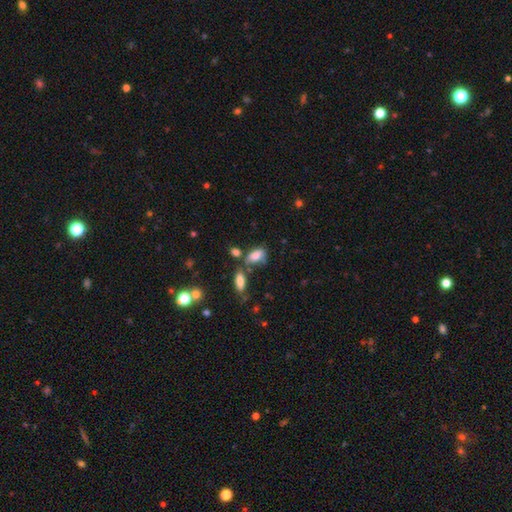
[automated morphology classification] Q: Smooth or featured?
A: smooth (78%); runner-up: featured or disk (12%)
Q: How rounded?
A: in between (86%); runner-up: cigar-shaped (8%)
Q: Merging?
A: none (48%); runner-up: minor disturbance (23%)